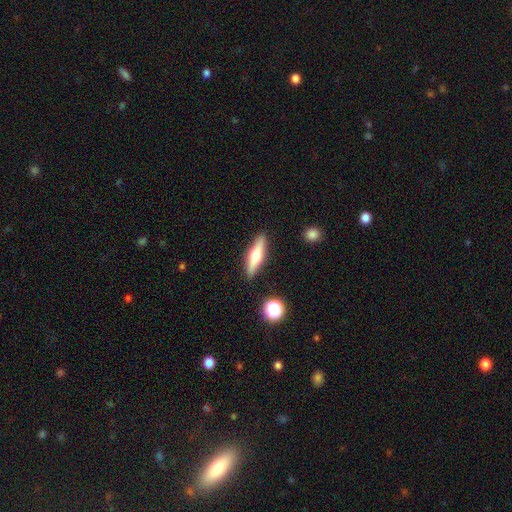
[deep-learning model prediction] Q: Smooth or featured?
A: smooth (47%); runner-up: featured or disk (46%)
Q: Merging?
A: none (88%); runner-up: minor disturbance (8%)